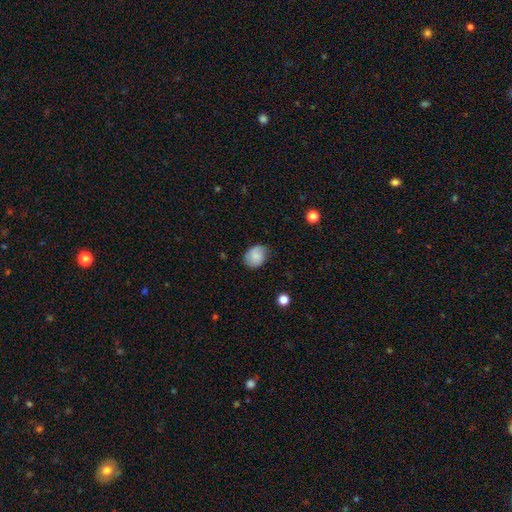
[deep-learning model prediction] Smooth or featured? Predicted: smooth (p=0.81). How rounded? Predicted: in between (p=0.50, tied with round). Merging? Predicted: none (p=0.71).